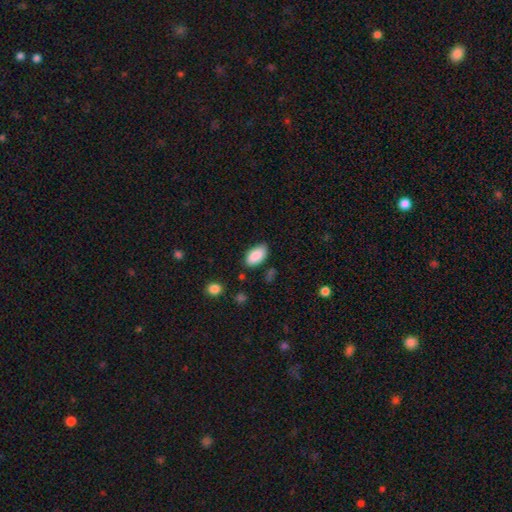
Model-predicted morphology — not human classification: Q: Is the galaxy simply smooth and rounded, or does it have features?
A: smooth — 88%.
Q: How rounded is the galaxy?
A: in between — 95%.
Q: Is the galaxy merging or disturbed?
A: none — 78%.